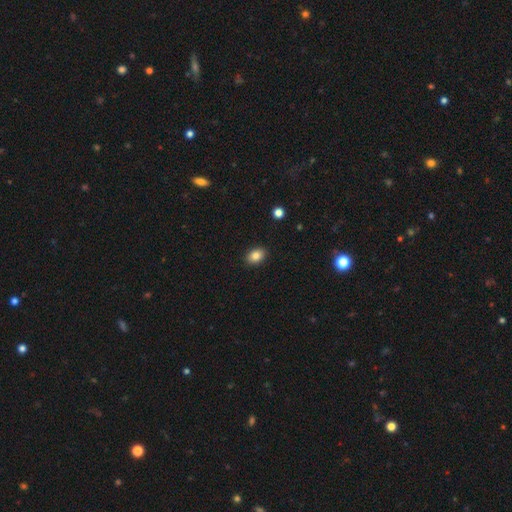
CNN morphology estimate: Q: Smooth or featured?
A: smooth (84%); runner-up: star or artifact (9%)
Q: How rounded?
A: in between (74%); runner-up: round (25%)
Q: Merging?
A: none (89%); runner-up: minor disturbance (8%)